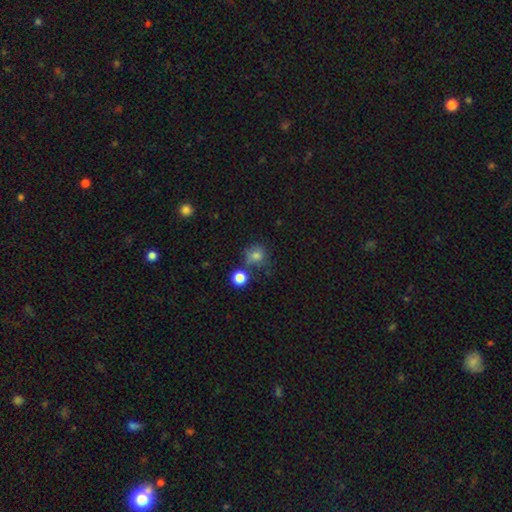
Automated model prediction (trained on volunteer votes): smooth 75%, star or artifact 15%, featured or disk 10%. Down the decision tree: how rounded — round (82%); merging — none (59%).